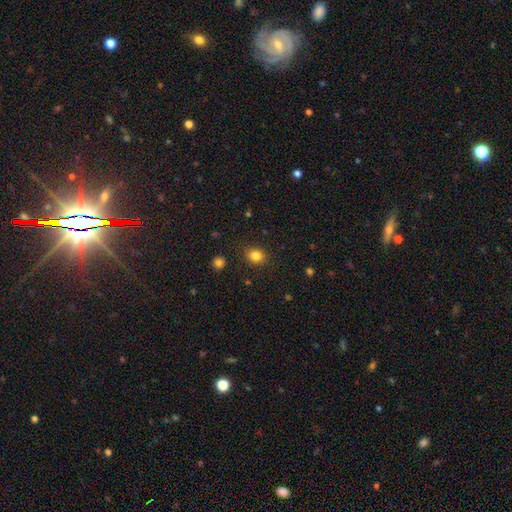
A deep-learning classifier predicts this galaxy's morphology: smooth-or-featured: smooth: 83% | star or artifact: 12% | featured or disk: 5%
  how-rounded: round: 70% | in between: 29% | cigar-shaped: 1%
  merging: none: 89% | minor disturbance: 7% | major disturbance: 2% | merger: 1%